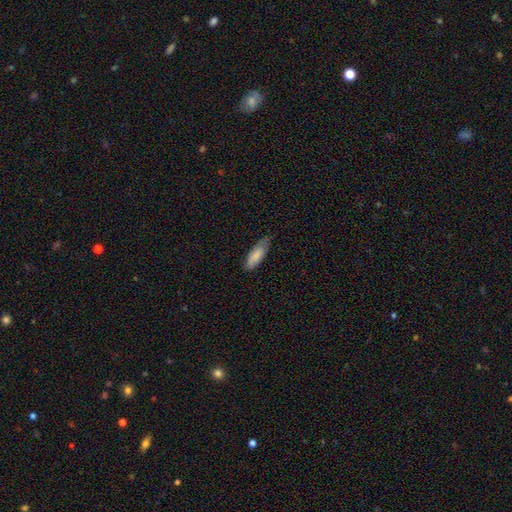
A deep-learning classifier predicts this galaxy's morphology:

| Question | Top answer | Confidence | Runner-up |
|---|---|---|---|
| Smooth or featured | smooth | 82% | featured or disk (12%) |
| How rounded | in between | 64% | cigar-shaped (35%) |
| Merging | none | 62% | minor disturbance (31%) |